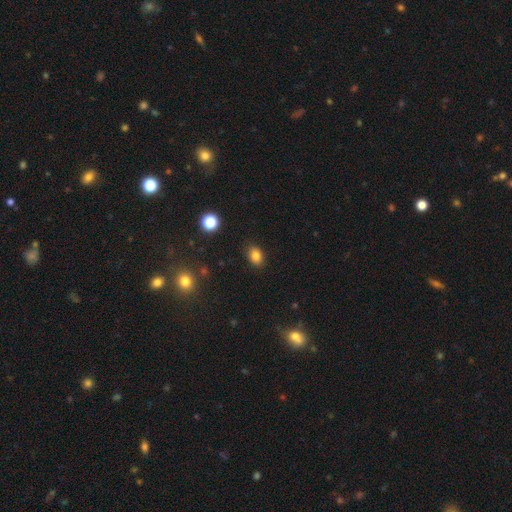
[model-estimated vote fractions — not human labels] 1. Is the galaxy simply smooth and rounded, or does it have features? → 82% smooth, 12% star or artifact, 6% featured or disk.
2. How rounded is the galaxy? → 76% in between, 23% round, 1% cigar-shaped.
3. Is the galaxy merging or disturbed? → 87% none, 9% minor disturbance, 2% major disturbance, 1% merger.